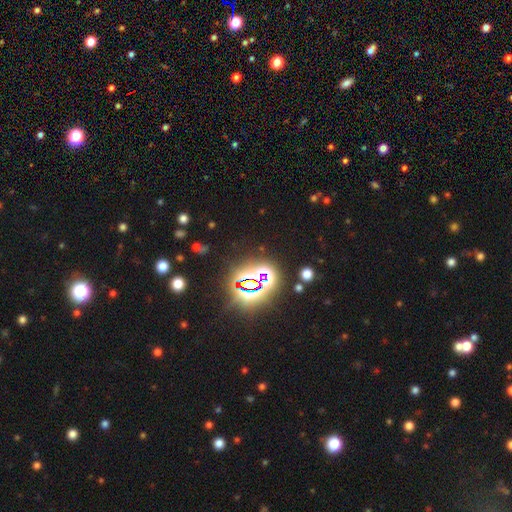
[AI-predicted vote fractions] Morphology: type=star or artifact (83%).